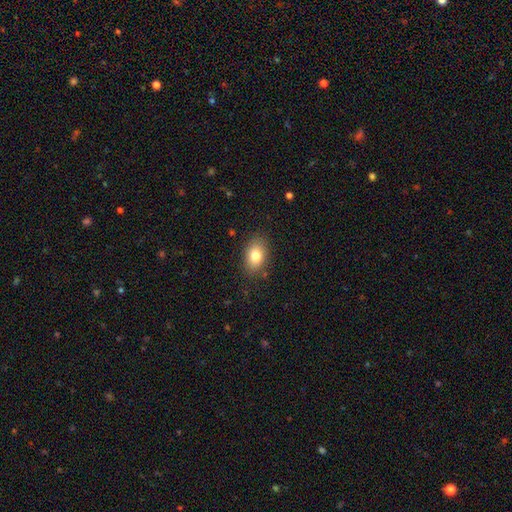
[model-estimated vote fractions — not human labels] Morphology: type=smooth (81%); roundness=in between (83%); merging=none (85%).